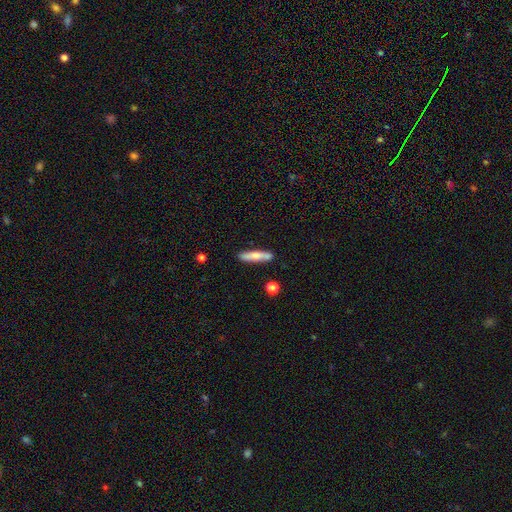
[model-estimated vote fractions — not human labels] Smooth or featured: smooth — 69% (featured or disk — 25%)
How rounded: cigar-shaped — 86% (in between — 13%)
Merging: none — 83% (minor disturbance — 11%)